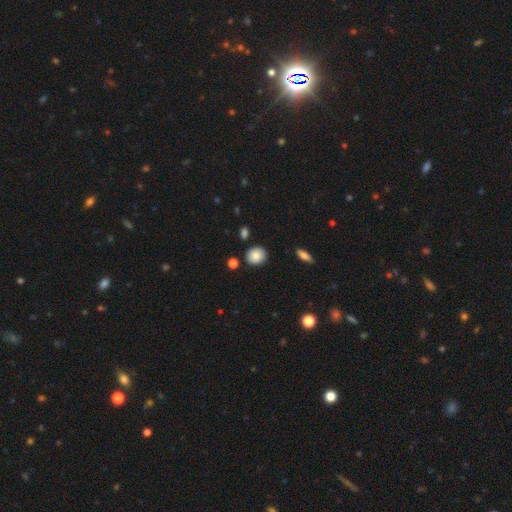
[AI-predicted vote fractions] A smooth galaxy with no disk features (86%) that is round (73%). Merging: none (85%).